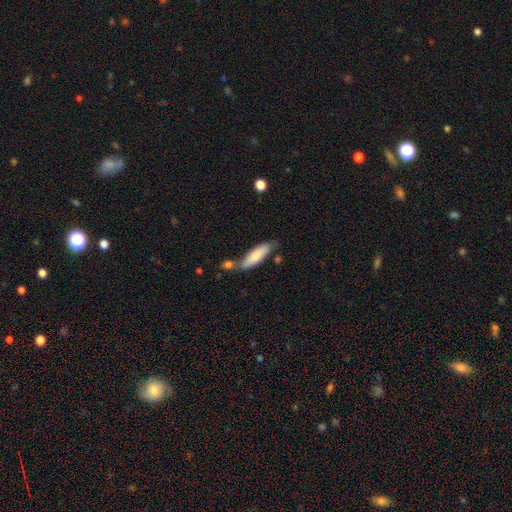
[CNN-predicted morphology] Smooth or featured: smooth — 80% (featured or disk — 15%)
How rounded: cigar-shaped — 54% (in between — 44%)
Merging: none — 59% (minor disturbance — 19%)